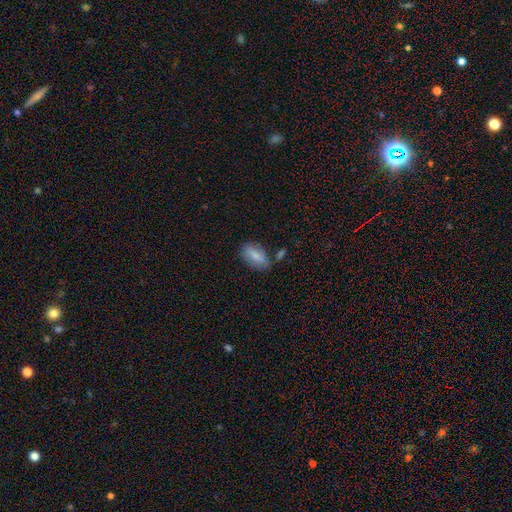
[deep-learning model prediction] A smooth galaxy with no disk features (78%) that is in between round and cigar-shaped (83%).

Vote fractions:
- Smooth or featured? smooth: 78% / featured or disk: 15% / star or artifact: 7%
- How rounded? in between: 83% / cigar-shaped: 14% / round: 4%
- Merging? none: 65% / minor disturbance: 21% / merger: 9% / major disturbance: 6%